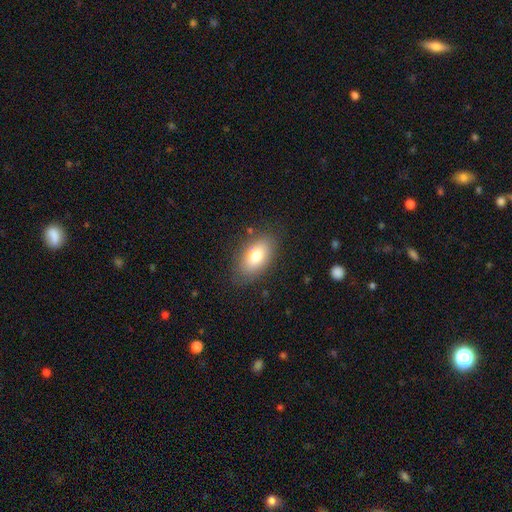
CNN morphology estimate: This is likely a smooth galaxy (77%). How rounded: clearly in between (91%). Merging: clearly none (81%).